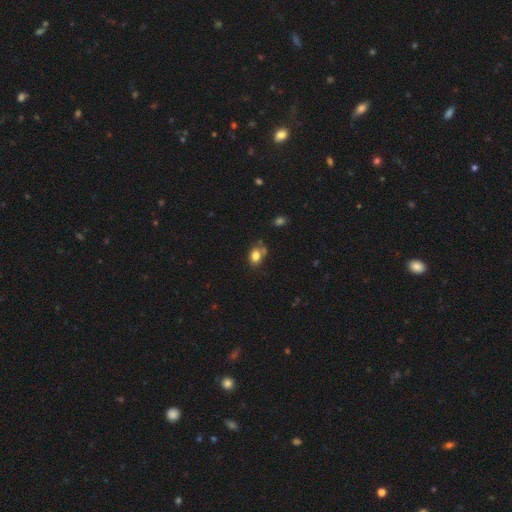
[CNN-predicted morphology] This appears to be a smooth galaxy with no disk features (80%) that is in between round and cigar-shaped (68%). Merging: none (58%).